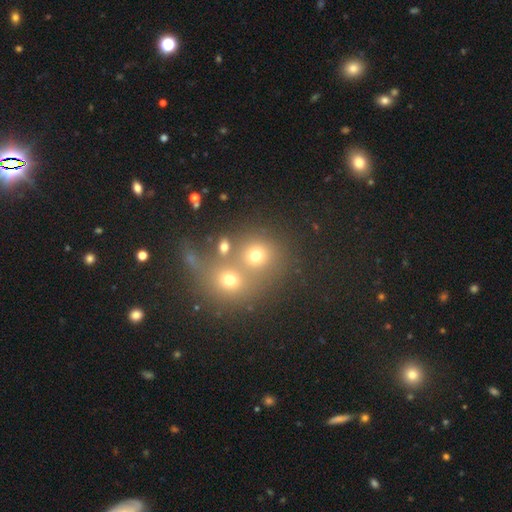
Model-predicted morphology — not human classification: Overall: smooth (69%). How rounded: round (81%). Merging: merger (46%; none 42%).